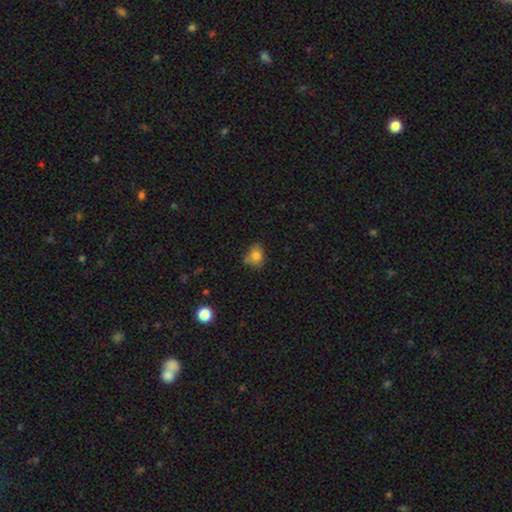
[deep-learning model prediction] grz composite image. It shows a smooth galaxy with no disk features (79%) that is round (56%). Merging: none (56%).